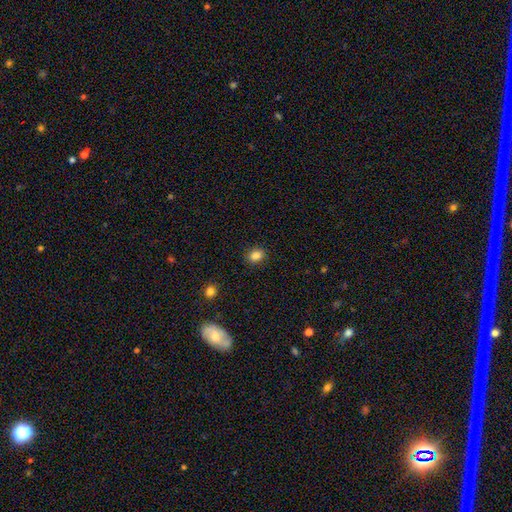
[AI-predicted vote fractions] Morphology: type=smooth (85%); roundness=in between (54%); merging=none (88%).